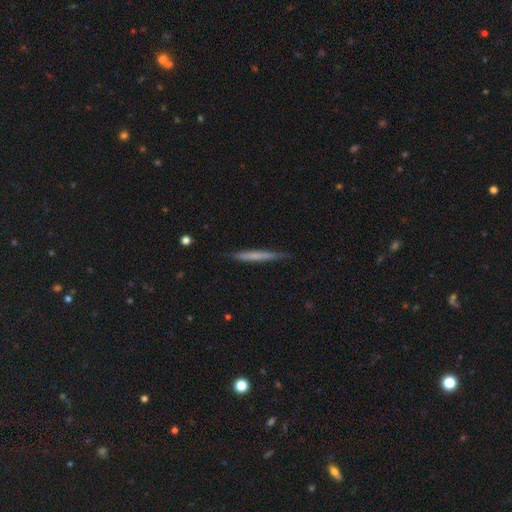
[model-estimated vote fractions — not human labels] This appears to be a smooth galaxy with no disk features (54%) that is cigar-shaped (96%). Merging: none (83%).